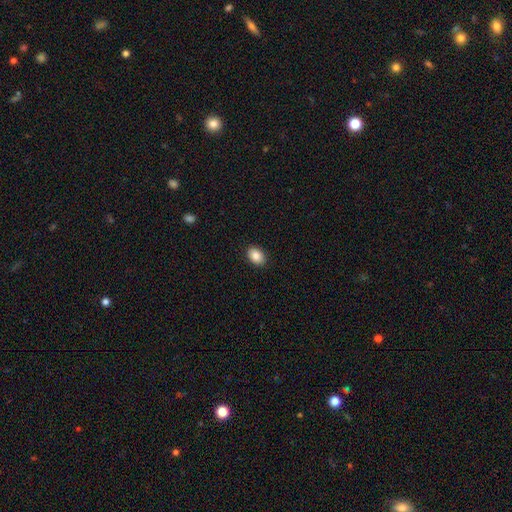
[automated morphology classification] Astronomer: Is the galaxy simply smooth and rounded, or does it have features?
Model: smooth — 87%.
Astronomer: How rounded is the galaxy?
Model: in between — 76%.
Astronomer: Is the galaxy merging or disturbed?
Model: none — 90%.